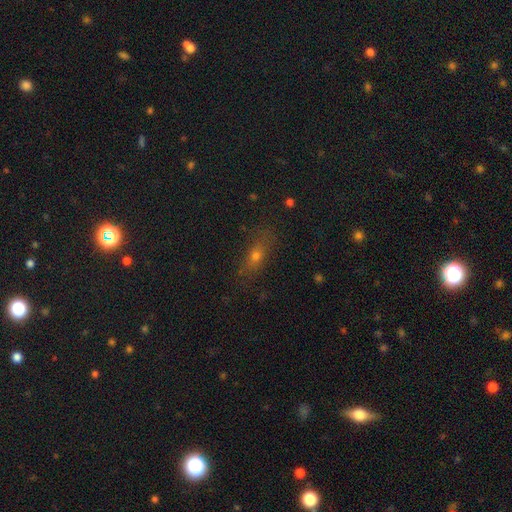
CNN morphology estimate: Smooth or featured? smooth (47%)
Merging? none (79%)